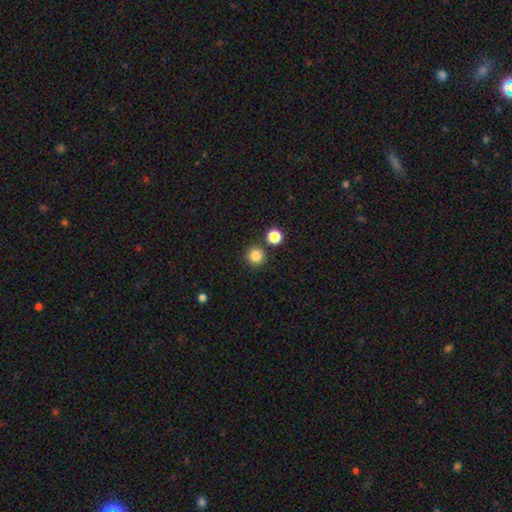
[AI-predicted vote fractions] A smooth galaxy with no disk features (83%) that is round (95%).

Vote fractions:
- Smooth or featured? smooth: 83% / star or artifact: 12% / featured or disk: 4%
- How rounded? round: 95% / in between: 4% / cigar-shaped: 1%
- Merging? none: 86% / merger: 6% / minor disturbance: 6% / major disturbance: 2%